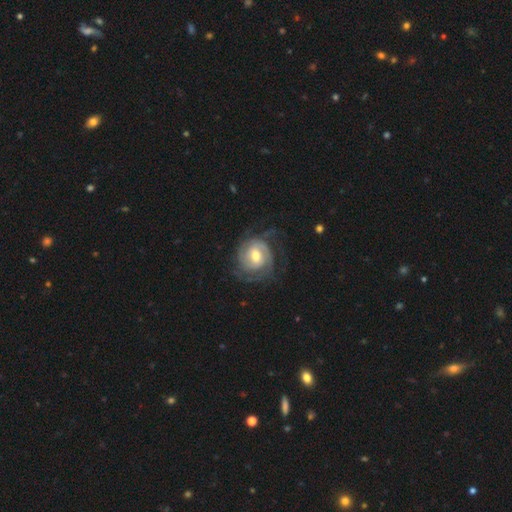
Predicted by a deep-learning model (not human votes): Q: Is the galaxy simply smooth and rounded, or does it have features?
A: featured or disk — 84%.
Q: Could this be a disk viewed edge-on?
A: no — 98%.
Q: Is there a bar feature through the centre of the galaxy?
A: weak — 50%.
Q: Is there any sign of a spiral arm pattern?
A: yes — 95%.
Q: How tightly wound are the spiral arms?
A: tight — 61%.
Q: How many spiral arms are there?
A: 2 — 37%.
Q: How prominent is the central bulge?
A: moderate — 69%.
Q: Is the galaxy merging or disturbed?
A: none — 67%.